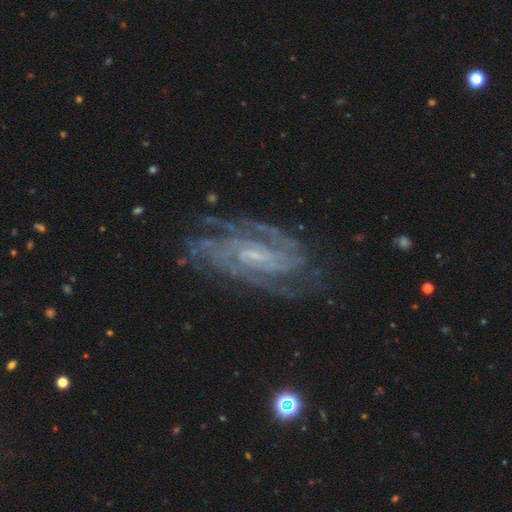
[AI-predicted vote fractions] A featured or disk galaxy (90%) with a weak bar (42%), 2 (22%) tight (63%) spiral arms (98%) and a small central bulge (72%).

Vote fractions:
- Smooth or featured? featured or disk: 90% / star or artifact: 6% / smooth: 4%
- Edge-on disk? no: 96% / yes: 4%
- Bar? weak: 42% / no: 40% / strong: 17%
- Spiral arms? yes: 98% / no: 2%
- Spiral winding? tight: 63% / medium: 32% / loose: 5%
- Spiral arm count? 2: 22% / can't tell: 21% / 3: 21% / 4: 18% / more than 4: 10% / 1: 8%
- Bulge size? small: 72% / moderate: 14% / none: 12% / large: 1% / dominant: 1%
- Merging? none: 76% / minor disturbance: 15% / major disturbance: 7% / merger: 2%